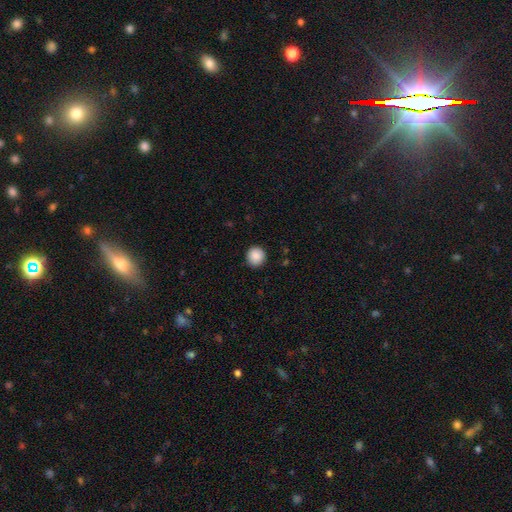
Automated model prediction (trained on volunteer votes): Smooth or featured?
  - smooth: 89% *
  - star or artifact: 8%
  - featured or disk: 3%
How rounded?
  - round: 91% *
  - in between: 8%
  - cigar-shaped: 1%
Merging?
  - none: 90% *
  - minor disturbance: 7%
  - major disturbance: 2%
  - merger: 1%